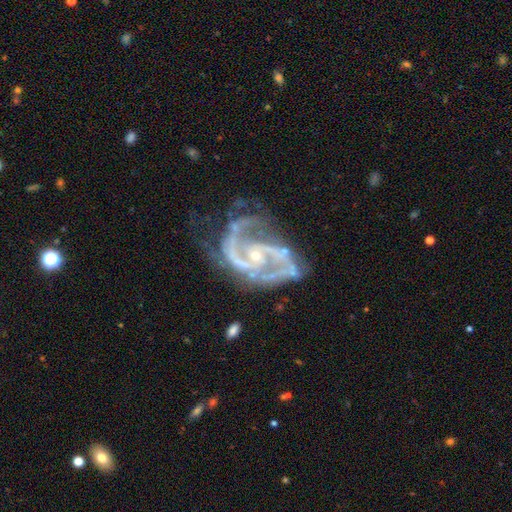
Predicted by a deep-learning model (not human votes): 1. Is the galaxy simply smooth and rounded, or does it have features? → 92% featured or disk, 5% star or artifact, 3% smooth.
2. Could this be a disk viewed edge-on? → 98% no, 2% yes.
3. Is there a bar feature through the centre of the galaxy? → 53% no, 34% weak, 14% strong.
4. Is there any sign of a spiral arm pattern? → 97% yes, 3% no.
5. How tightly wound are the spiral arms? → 55% medium, 27% tight, 18% loose.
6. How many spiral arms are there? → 69% 2, 11% 3, 9% can't tell, 4% 1, 3% 4, 3% more than 4.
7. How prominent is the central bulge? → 73% small, 23% moderate, 2% none, 1% large, 1% dominant.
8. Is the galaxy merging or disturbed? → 43% none, 28% major disturbance, 25% minor disturbance, 4% merger.